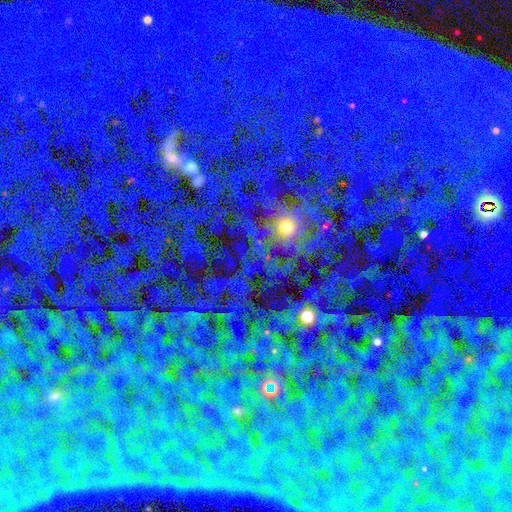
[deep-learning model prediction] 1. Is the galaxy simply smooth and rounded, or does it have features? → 82% star or artifact, 10% smooth, 8% featured or disk.